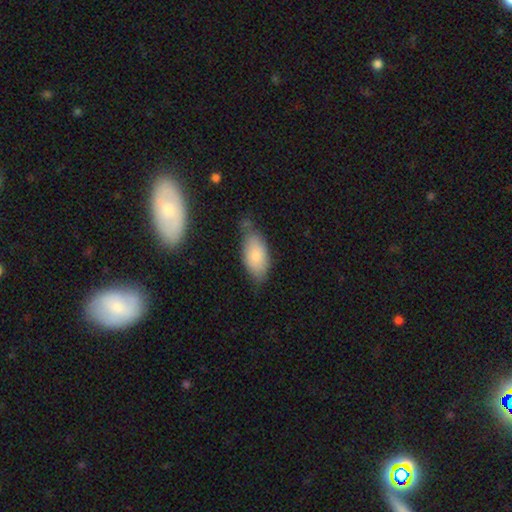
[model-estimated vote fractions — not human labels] The model was most divided on "merging": none: 61%, minor disturbance: 27%, major disturbance: 6%, merger: 5%. More confident: how rounded — in between (90%); smooth or featured — smooth (81%).